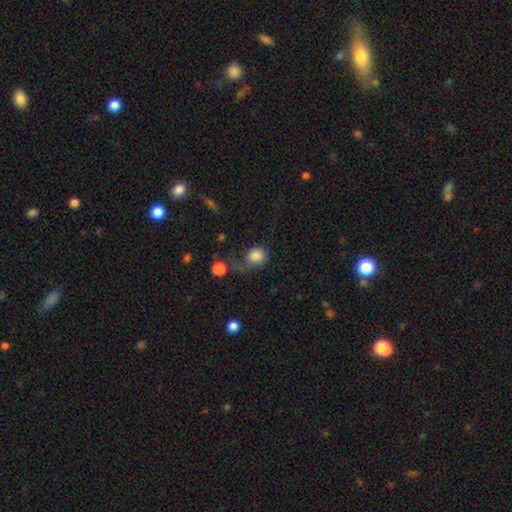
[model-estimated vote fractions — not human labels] This is clearly a smooth galaxy (82%). How rounded: likely round (74%). Merging: marginally none (37%).